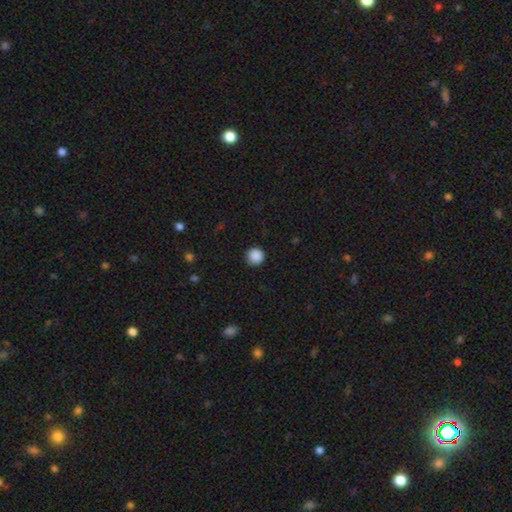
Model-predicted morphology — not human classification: Smooth or featured? smooth (89%)
How rounded? round (96%)
Merging? none (91%)